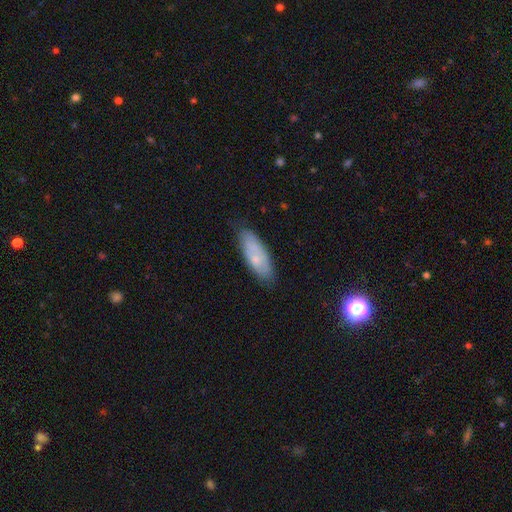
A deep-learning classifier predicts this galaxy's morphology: Smooth or featured? Predicted: smooth (p=0.59). How rounded? Predicted: in between (p=0.67). Merging? Predicted: none (p=0.76).